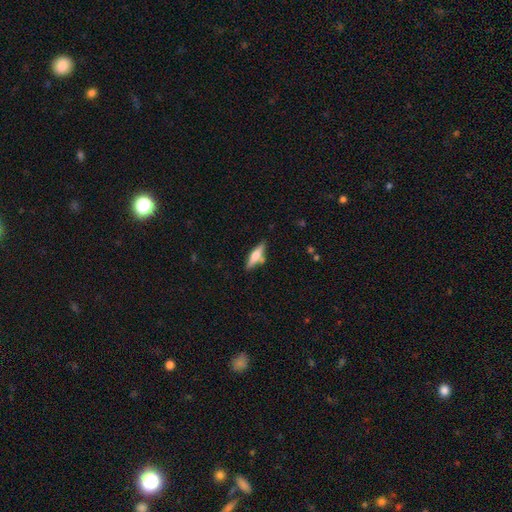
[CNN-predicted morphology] Smooth or featured: smooth — 51% (featured or disk — 43%)
How rounded: cigar-shaped — 66% (in between — 32%)
Merging: none — 75% (minor disturbance — 14%)